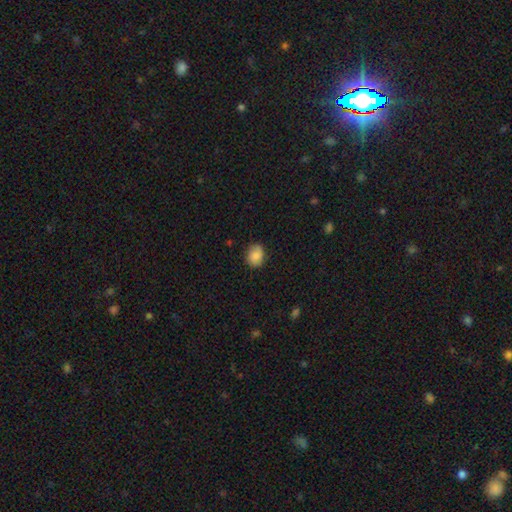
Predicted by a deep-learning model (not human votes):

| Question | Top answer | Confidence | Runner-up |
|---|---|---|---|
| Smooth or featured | smooth | 86% | star or artifact (8%) |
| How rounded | round | 52% | in between (47%) |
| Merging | none | 83% | minor disturbance (14%) |